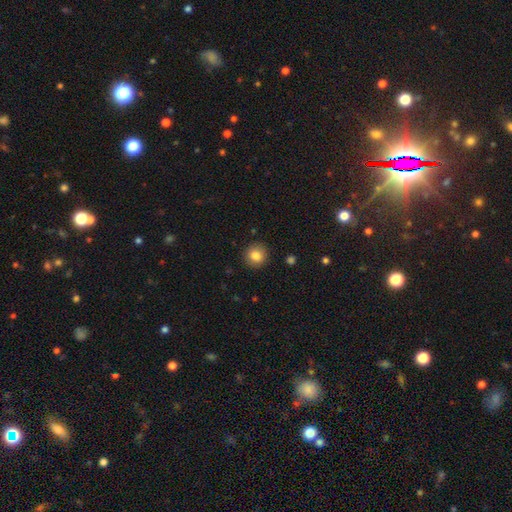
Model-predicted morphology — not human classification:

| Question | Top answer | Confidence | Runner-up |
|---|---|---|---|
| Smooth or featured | smooth | 83% | star or artifact (10%) |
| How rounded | round | 92% | in between (7%) |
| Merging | none | 91% | minor disturbance (6%) |